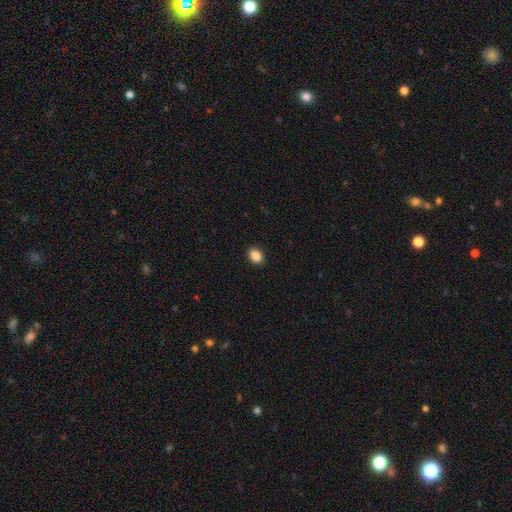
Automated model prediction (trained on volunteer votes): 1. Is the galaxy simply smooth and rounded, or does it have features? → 88% smooth, 8% star or artifact, 3% featured or disk.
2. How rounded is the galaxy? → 71% in between, 28% round, 1% cigar-shaped.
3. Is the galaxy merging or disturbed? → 91% none, 6% minor disturbance, 2% major disturbance, 1% merger.